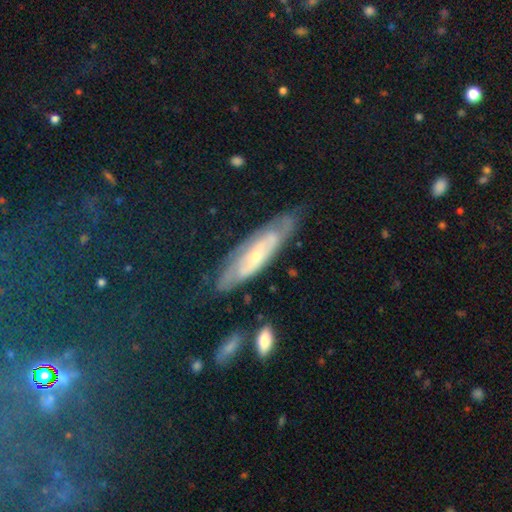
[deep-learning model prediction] Smooth or featured? Predicted: featured or disk (p=0.71). Edge-on disk? Predicted: no (p=0.73). Bar? Predicted: no (p=0.60). Spiral arms? Predicted: yes (p=0.77). Bulge size? Predicted: small (p=0.66). Merging? Predicted: none (p=0.70).